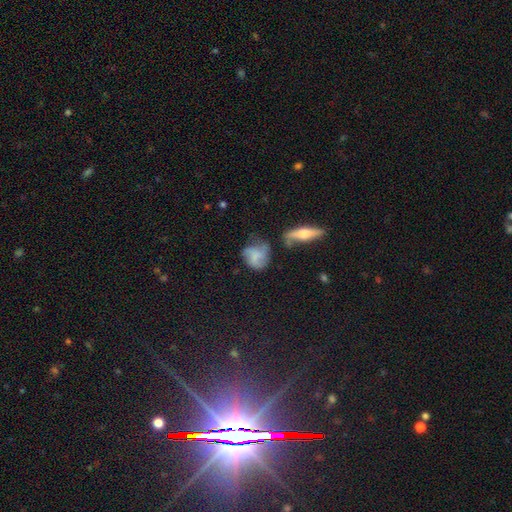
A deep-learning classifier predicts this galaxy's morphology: smooth 50%, featured or disk 40%, star or artifact 10%. Down the decision tree: merging — none (46%).